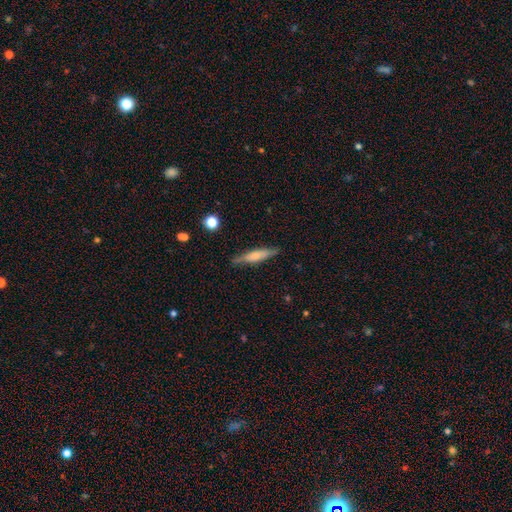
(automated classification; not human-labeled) Overall: smooth (49%; featured or disk 45%). Merging: none (84%).